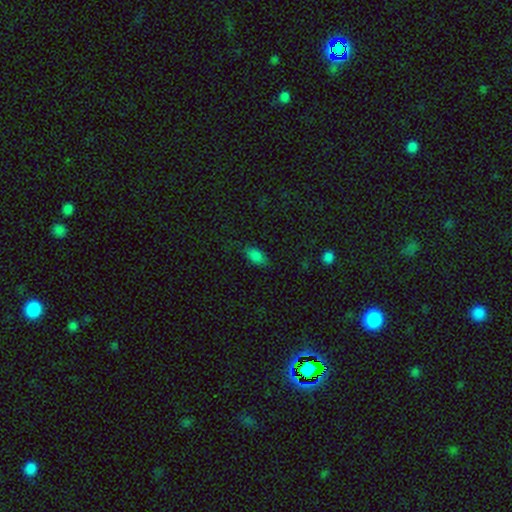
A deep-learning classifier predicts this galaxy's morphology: smooth 82%, star or artifact 13%, featured or disk 5%. Down the decision tree: how rounded — in between (92%); merging — none (76%).